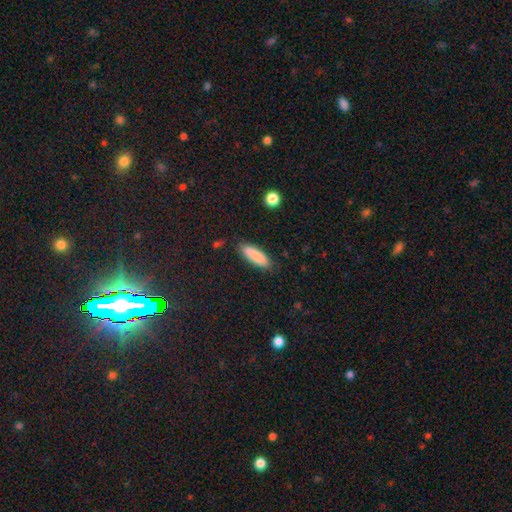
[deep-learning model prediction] Smooth or featured: smooth — 86% (featured or disk — 7%)
How rounded: cigar-shaped — 55% (in between — 44%)
Merging: none — 83% (minor disturbance — 12%)